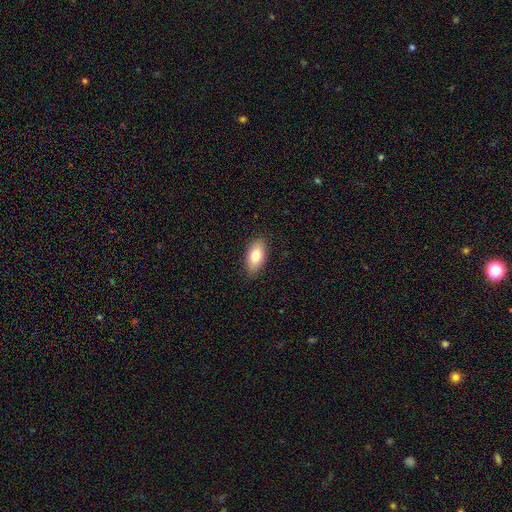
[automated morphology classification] smooth_or_featured: smooth (p=0.79) [alt: featured or disk p=0.14]
how_rounded: in between (p=0.91) [alt: cigar-shaped p=0.05]
merging: none (p=0.88) [alt: minor disturbance p=0.09]